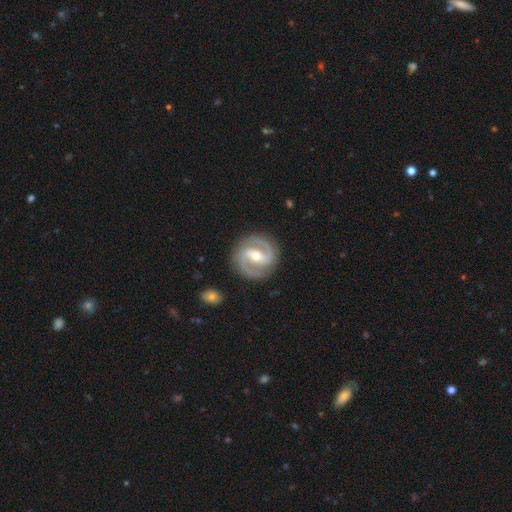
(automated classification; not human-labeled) smooth-or-featured: featured or disk: 90% | smooth: 6% | star or artifact: 4%
  disk-edge-on: no: 98% | yes: 2%
    bar: strong: 41% | weak: 39% | no: 20%
    has-spiral-arms: yes: 97% | no: 3%
      spiral-winding: medium: 52% | tight: 38% | loose: 9%
      spiral-arm-count: 2: 93% | 3: 2% | can't tell: 2% | 1: 1% | 4: 1% | more than 4: 1%
    bulge-size: moderate: 60% | small: 36% | large: 2% | none: 1% | dominant: 1%
  merging: none: 87% | minor disturbance: 9% | major disturbance: 3% | merger: 1%